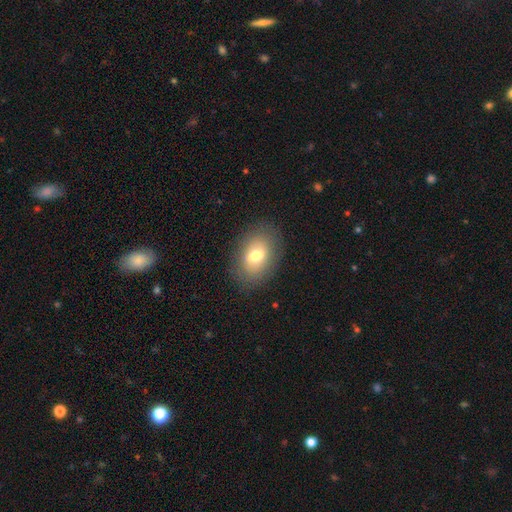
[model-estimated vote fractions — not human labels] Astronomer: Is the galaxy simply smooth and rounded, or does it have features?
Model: smooth — 69%.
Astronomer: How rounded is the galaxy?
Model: in between — 80%.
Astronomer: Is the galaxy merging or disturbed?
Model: none — 83%.